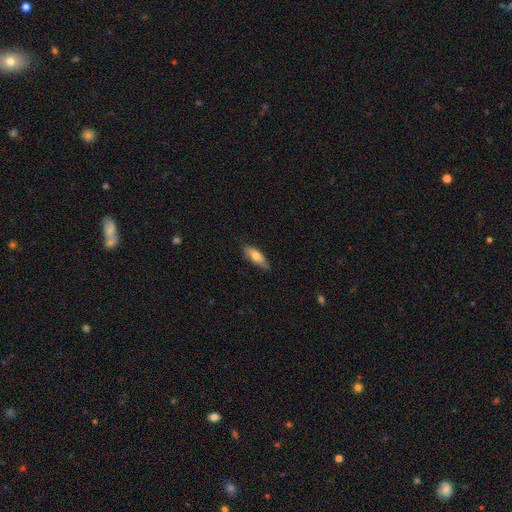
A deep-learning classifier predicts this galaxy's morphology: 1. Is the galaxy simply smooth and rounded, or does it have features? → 69% smooth, 25% featured or disk, 6% star or artifact.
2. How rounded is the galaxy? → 57% in between, 41% cigar-shaped, 2% round.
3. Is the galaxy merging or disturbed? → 80% none, 17% minor disturbance, 2% major disturbance, 1% merger.